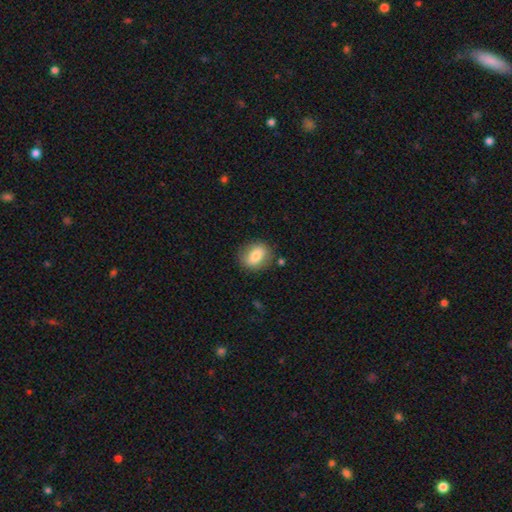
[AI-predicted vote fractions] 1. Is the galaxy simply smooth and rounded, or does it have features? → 77% smooth, 16% featured or disk, 8% star or artifact.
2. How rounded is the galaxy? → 58% in between, 40% round, 2% cigar-shaped.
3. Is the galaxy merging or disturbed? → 80% none, 13% minor disturbance, 4% major disturbance, 3% merger.